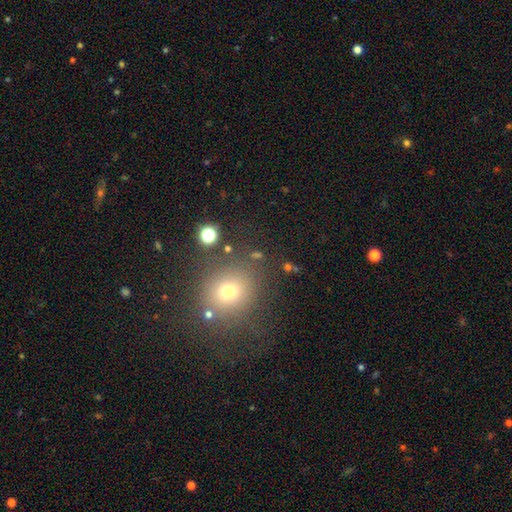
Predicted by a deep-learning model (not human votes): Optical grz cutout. It shows a smooth galaxy with no disk features (62%) that is round (76%). Merging: none (78%).